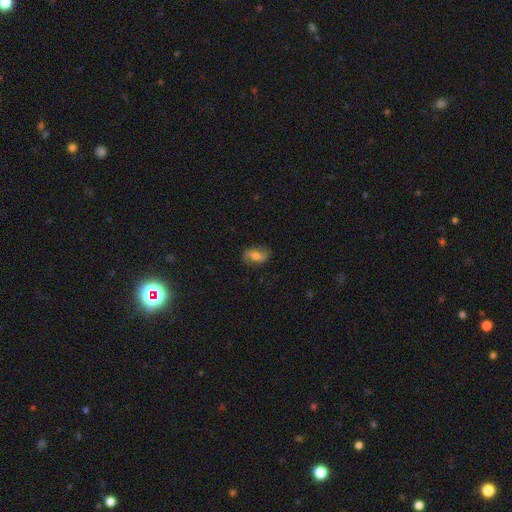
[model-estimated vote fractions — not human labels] Overall: featured or disk (56%; smooth 35%). Edge-on disk: no (93%). Bar: weak (39%; no 35%). Spiral arms: yes (85%). Bulge size: moderate (57%; small 25%). Merging: none (79%).